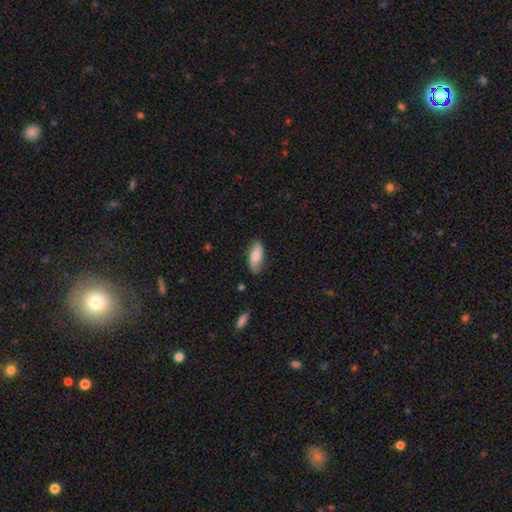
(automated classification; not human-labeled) Overall: smooth (74%). How rounded: in between (80%). Merging: none (77%).